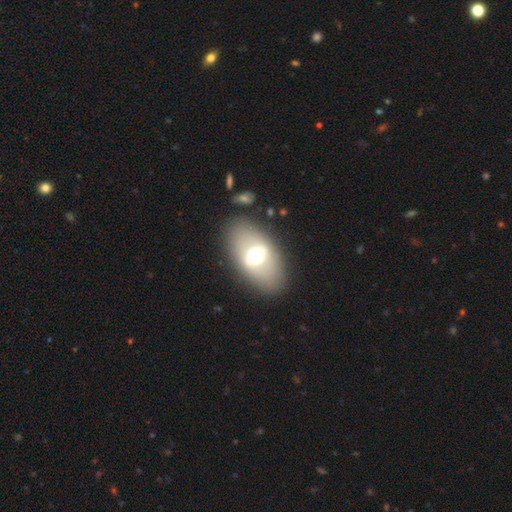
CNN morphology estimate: smooth_or_featured: smooth (p=0.53) [alt: featured or disk p=0.37]
how_rounded: in between (p=0.86) [alt: round p=0.11]
merging: none (p=0.84) [alt: minor disturbance p=0.09]